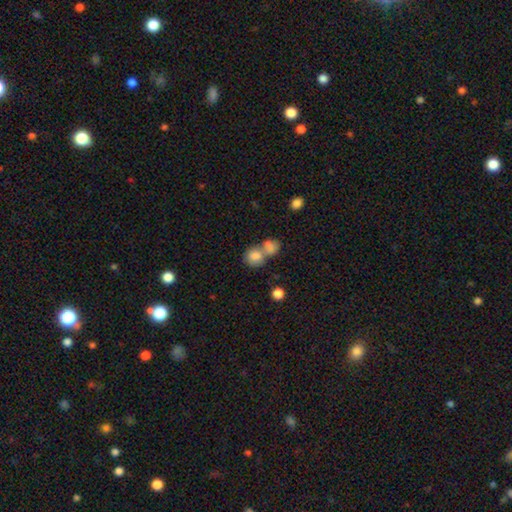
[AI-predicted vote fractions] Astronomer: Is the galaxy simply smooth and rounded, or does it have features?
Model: smooth — 81%.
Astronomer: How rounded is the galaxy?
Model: round — 69%.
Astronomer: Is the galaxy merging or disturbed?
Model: merger — 63%.